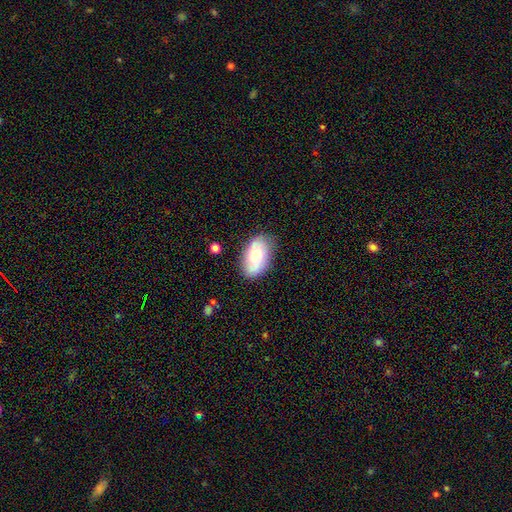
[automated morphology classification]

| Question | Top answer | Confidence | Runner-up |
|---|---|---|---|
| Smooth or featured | smooth | 55% | featured or disk (37%) |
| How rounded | in between | 91% | round (7%) |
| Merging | none | 76% | minor disturbance (17%) |